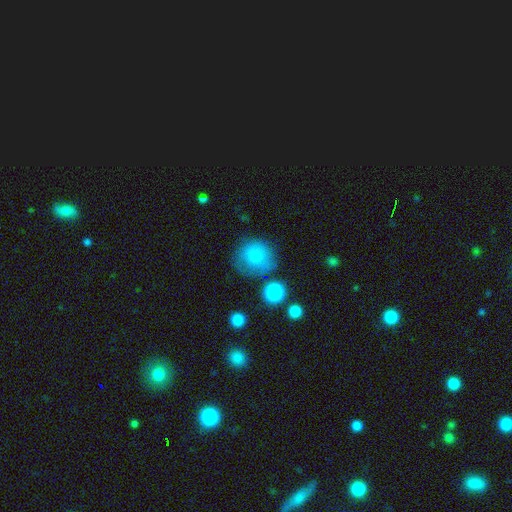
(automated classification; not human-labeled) Q: Smooth or featured?
A: smooth (80%); runner-up: featured or disk (10%)
Q: How rounded?
A: round (83%); runner-up: in between (16%)
Q: Merging?
A: none (64%); runner-up: minor disturbance (22%)